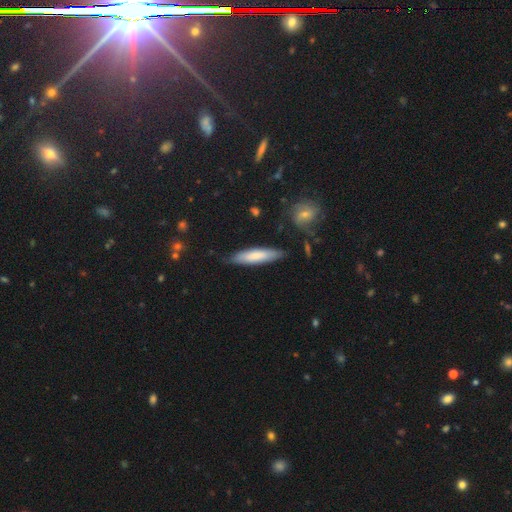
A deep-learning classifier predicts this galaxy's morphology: Smooth or featured? smooth (70%)
How rounded? cigar-shaped (78%)
Merging? none (82%)